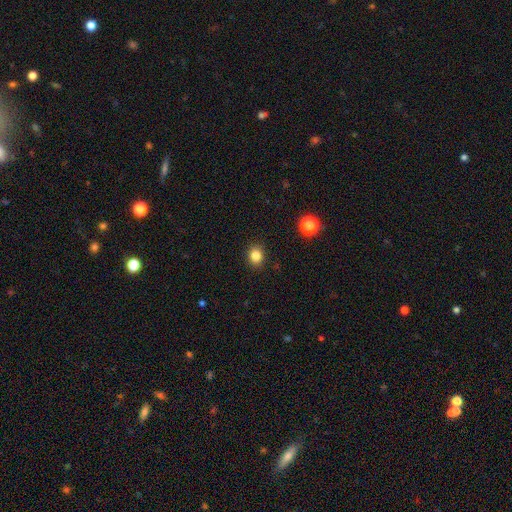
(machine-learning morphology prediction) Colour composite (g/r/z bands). It shows a smooth galaxy with no disk features (84%) that is round (68%). Merging: none (90%).